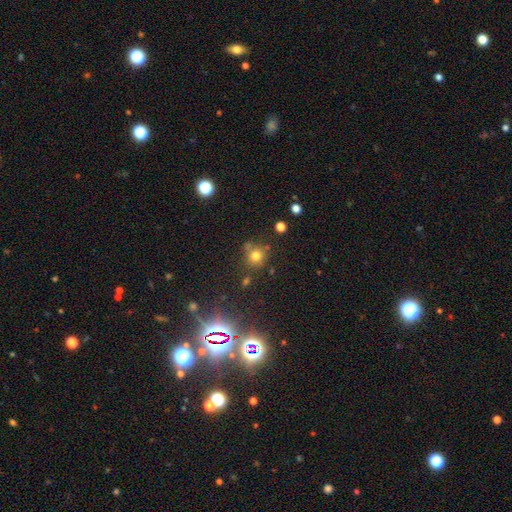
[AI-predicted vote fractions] Smooth or featured? smooth (73%)
How rounded? round (88%)
Merging? none (70%)